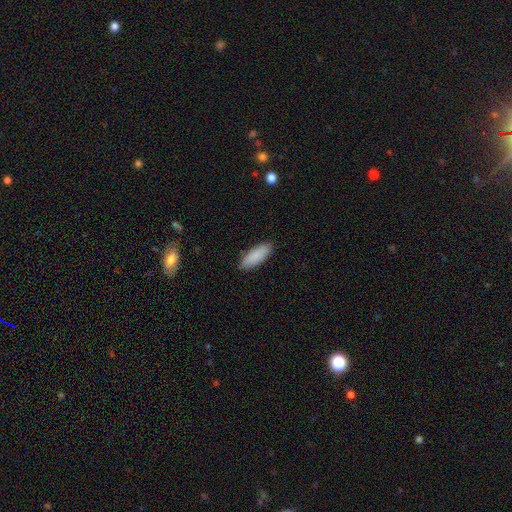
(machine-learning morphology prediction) Smooth or featured? smooth (89%)
How rounded? in between (68%)
Merging? none (89%)